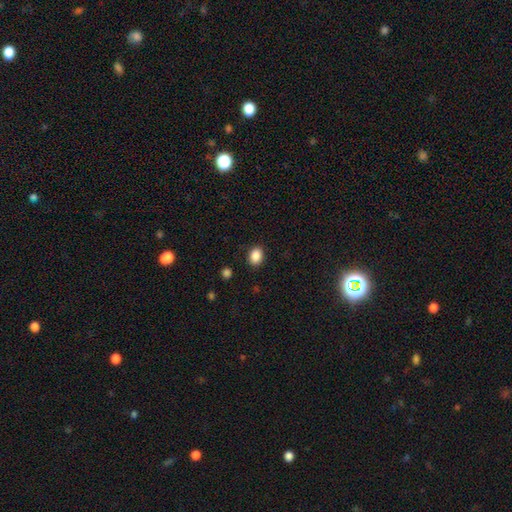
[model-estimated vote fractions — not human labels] A smooth galaxy with no disk features (88%) that is in between round and cigar-shaped (65%). Merging: none (88%).